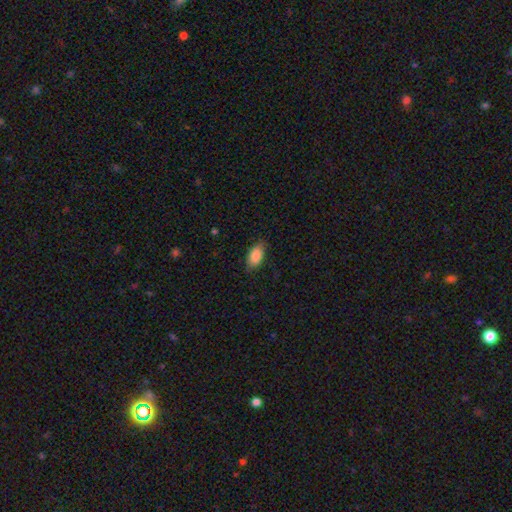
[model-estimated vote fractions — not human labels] A smooth galaxy with no disk features (86%) that is in between round and cigar-shaped (92%). Merging: none (80%).